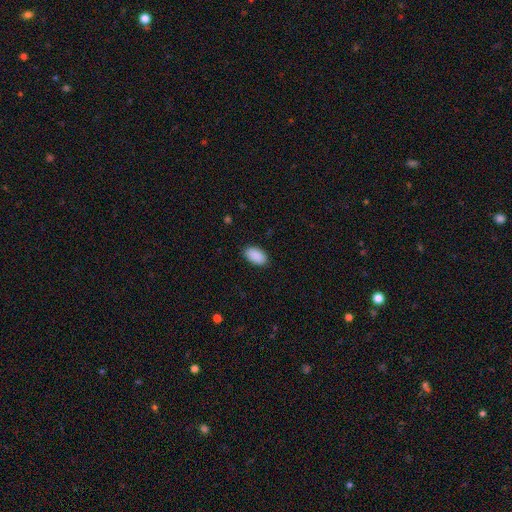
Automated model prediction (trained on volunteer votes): Smooth or featured? Predicted: smooth (p=0.91). How rounded? Predicted: in between (p=0.95). Merging? Predicted: none (p=0.88).